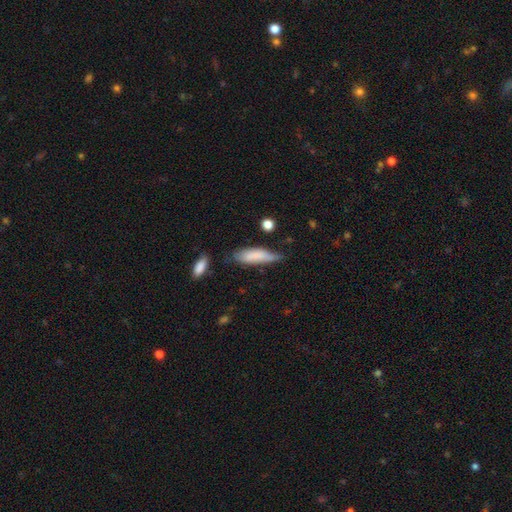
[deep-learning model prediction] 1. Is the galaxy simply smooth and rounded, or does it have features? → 75% smooth, 18% featured or disk, 7% star or artifact.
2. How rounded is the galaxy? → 60% cigar-shaped, 39% in between, 2% round.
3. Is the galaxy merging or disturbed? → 47% none, 38% minor disturbance, 10% major disturbance, 4% merger.